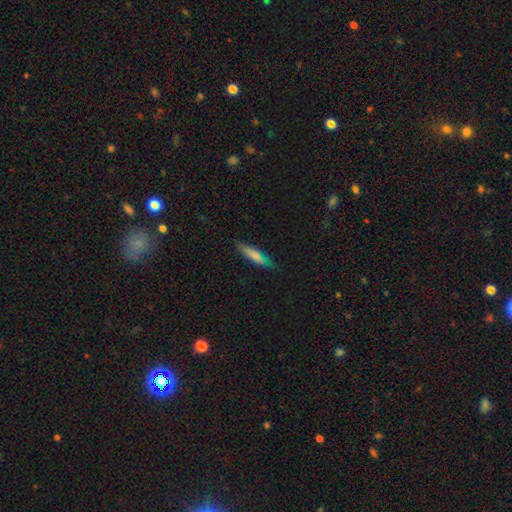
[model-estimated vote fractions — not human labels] Q: Smooth or featured?
A: smooth (72%); runner-up: featured or disk (19%)
Q: How rounded?
A: cigar-shaped (76%); runner-up: in between (22%)
Q: Merging?
A: none (81%); runner-up: minor disturbance (15%)